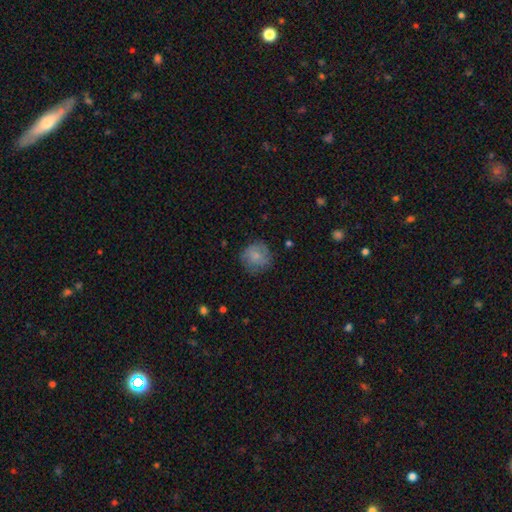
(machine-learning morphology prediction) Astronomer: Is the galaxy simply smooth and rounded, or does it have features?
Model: smooth — 72%.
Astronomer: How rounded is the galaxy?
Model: round — 89%.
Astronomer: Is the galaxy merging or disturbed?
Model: none — 72%.